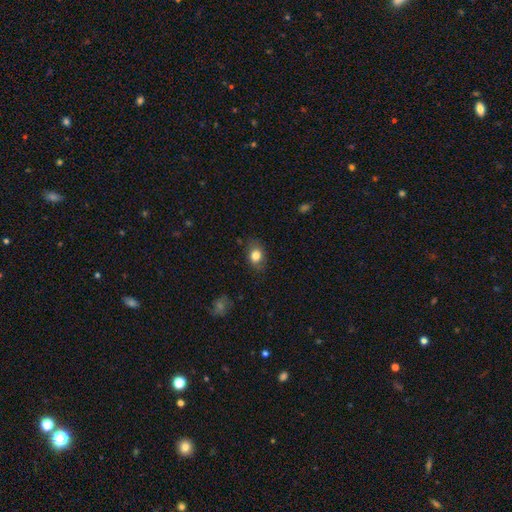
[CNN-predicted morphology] Smooth or featured? Predicted: smooth (p=0.81). How rounded? Predicted: in between (p=0.68). Merging? Predicted: none (p=0.79).